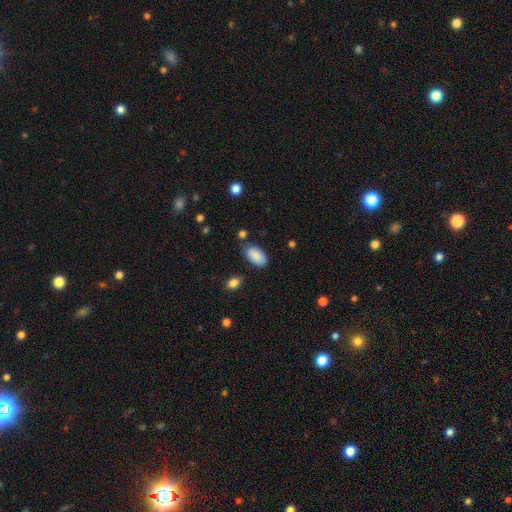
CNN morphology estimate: type=smooth (86%); roundness=in between (95%); merging=none (74%).